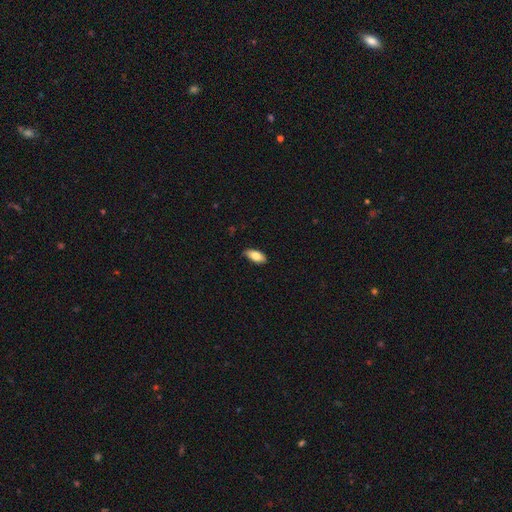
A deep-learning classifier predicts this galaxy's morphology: Smooth or featured?
  - smooth: 79% *
  - featured or disk: 15%
  - star or artifact: 6%
How rounded?
  - in between: 89% *
  - cigar-shaped: 8%
  - round: 3%
Merging?
  - none: 82% *
  - minor disturbance: 15%
  - major disturbance: 2%
  - merger: 1%